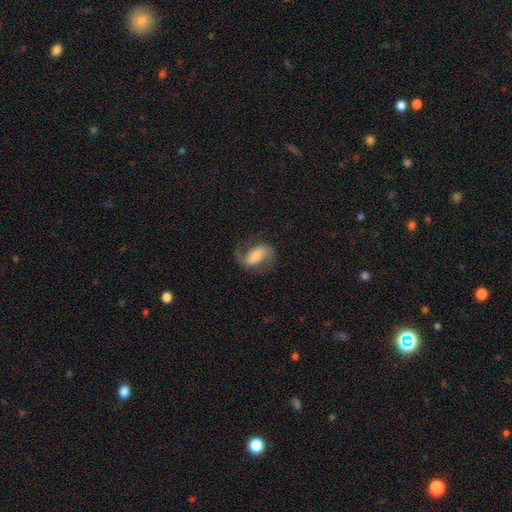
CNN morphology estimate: featured or disk 72%, smooth 21%, star or artifact 7%. Down the decision tree: edge-on disk — no (96%); bar — weak (38%); spiral arms — yes (93%); spiral arm count — 2 (87%); spiral winding — loose (44%); bulge size — moderate (48%); merging — none (71%).